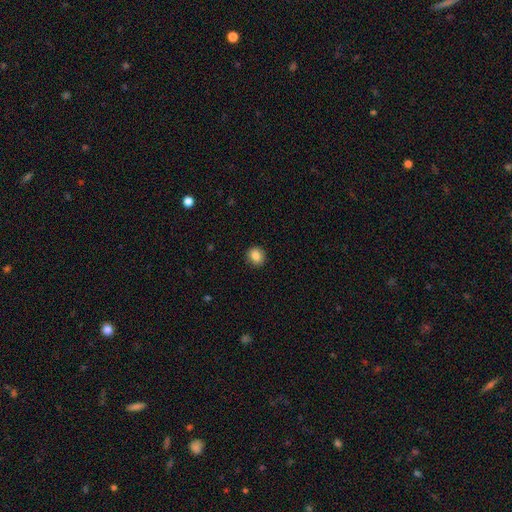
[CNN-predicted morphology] Smooth or featured? Predicted: smooth (p=0.86). How rounded? Predicted: round (p=0.79). Merging? Predicted: none (p=0.90).